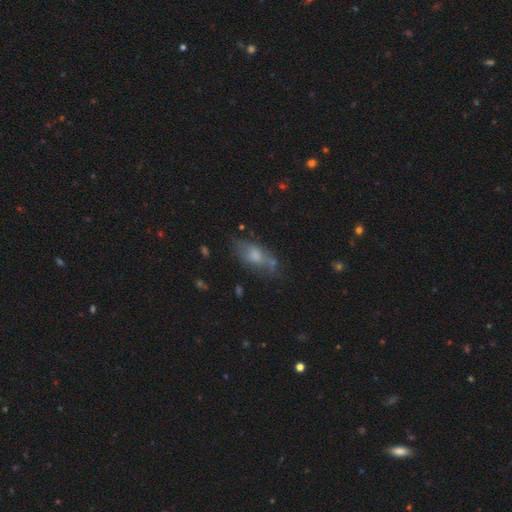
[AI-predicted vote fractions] The model was most divided on "smooth or featured": smooth: 59%, featured or disk: 31%, star or artifact: 11%. More confident: how rounded — in between (80%); merging — none (56%).